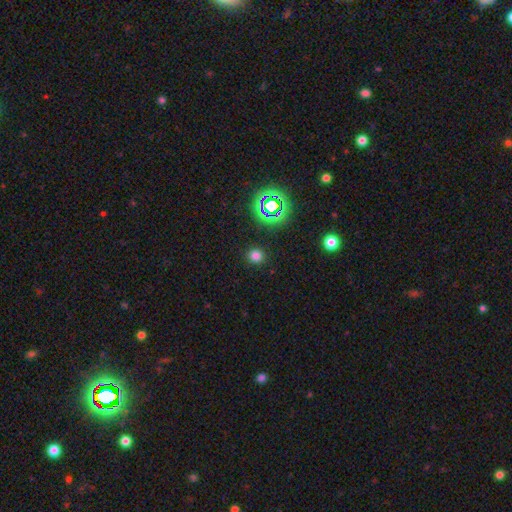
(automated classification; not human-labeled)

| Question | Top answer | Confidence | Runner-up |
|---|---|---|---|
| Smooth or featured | smooth | 73% | star or artifact (21%) |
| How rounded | round | 89% | in between (10%) |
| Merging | none | 91% | minor disturbance (6%) |